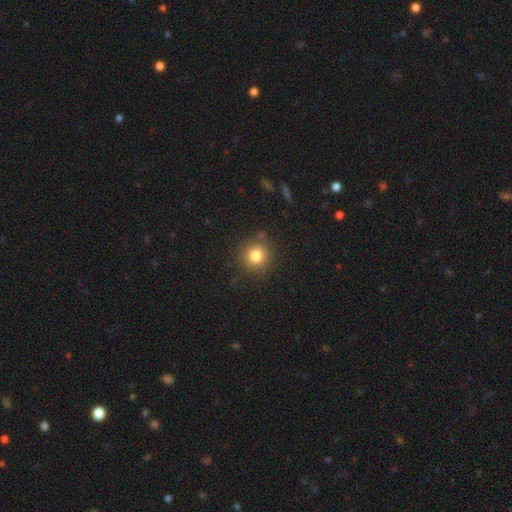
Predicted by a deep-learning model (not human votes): This is clearly a smooth galaxy (81%). How rounded: clearly round (92%). Merging: clearly none (84%).